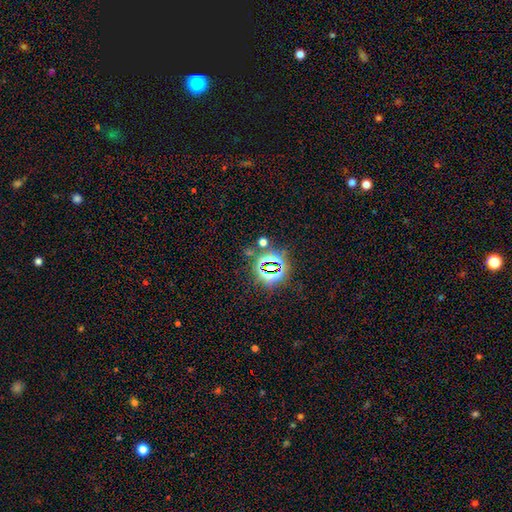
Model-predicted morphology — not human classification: Smooth or featured: star or artifact — 81% (smooth — 11%)